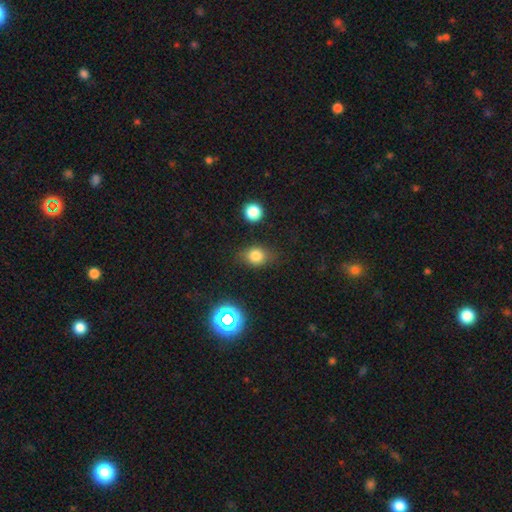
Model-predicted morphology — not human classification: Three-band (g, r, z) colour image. It shows a smooth galaxy with no disk features (77%) that is round (50%). Merging: none (75%).